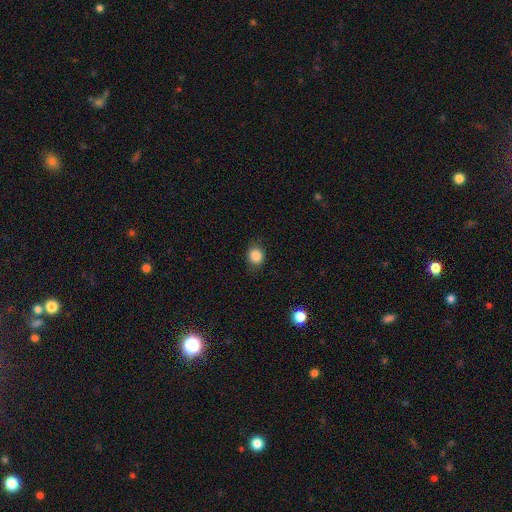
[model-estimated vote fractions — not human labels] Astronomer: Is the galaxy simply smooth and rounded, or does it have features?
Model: smooth — 86%.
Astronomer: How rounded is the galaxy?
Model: round — 71%.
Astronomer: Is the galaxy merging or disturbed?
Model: none — 83%.